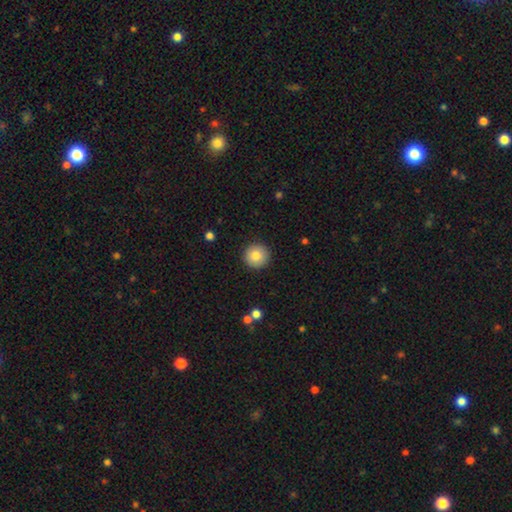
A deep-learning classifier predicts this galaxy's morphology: This is clearly a smooth galaxy (82%). How rounded: clearly round (96%). Merging: clearly none (93%).